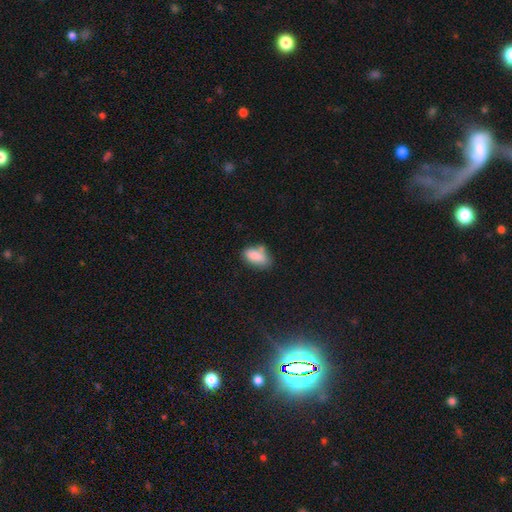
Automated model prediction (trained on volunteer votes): smooth-or-featured: smooth: 84% | star or artifact: 9% | featured or disk: 8%
  how-rounded: in between: 90% | cigar-shaped: 5% | round: 5%
  merging: none: 51% | minor disturbance: 29% | merger: 12% | major disturbance: 8%